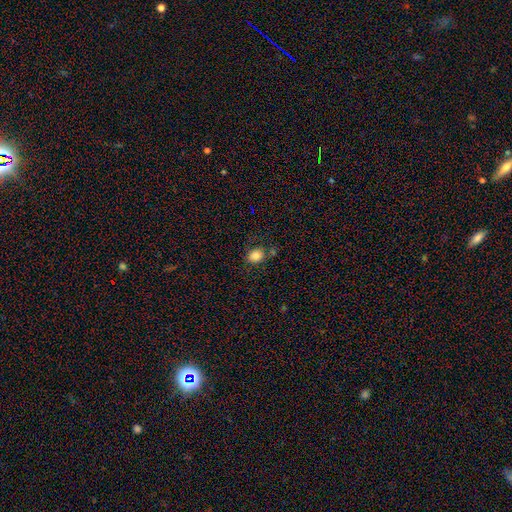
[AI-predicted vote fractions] Smooth or featured? Predicted: smooth (p=0.82). How rounded? Predicted: round (p=0.56). Merging? Predicted: none (p=0.74).